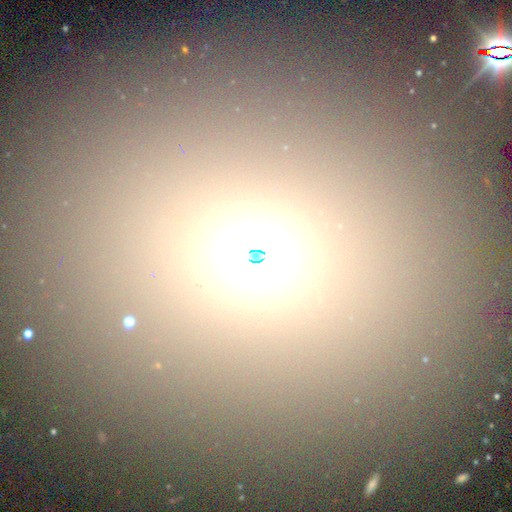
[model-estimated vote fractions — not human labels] A smooth galaxy with no disk features (54%) that is round (58%). Merging: none (82%).